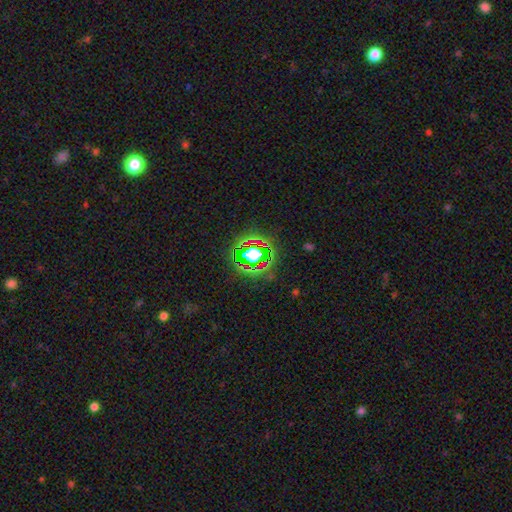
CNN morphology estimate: Smooth or featured?
  - star or artifact: 61% *
  - smooth: 23%
  - featured or disk: 16%